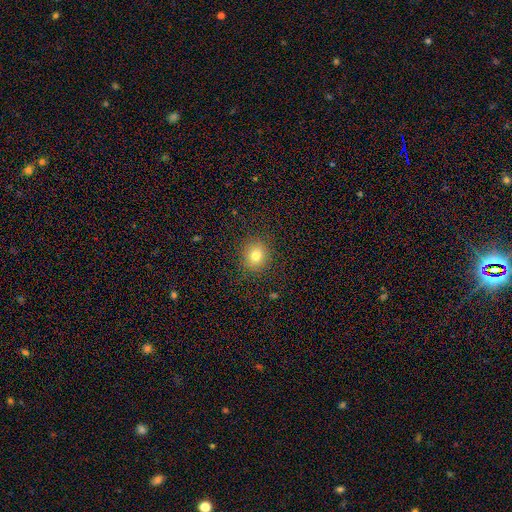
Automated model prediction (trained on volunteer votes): A smooth galaxy with no disk features (79%) that is round (80%).

Vote fractions:
- Smooth or featured? smooth: 79% / star or artifact: 13% / featured or disk: 8%
- How rounded? round: 80% / in between: 19% / cigar-shaped: 1%
- Merging? none: 88% / minor disturbance: 8% / major disturbance: 3% / merger: 1%